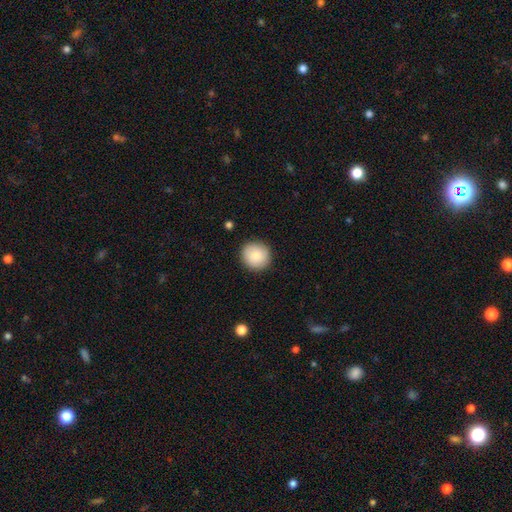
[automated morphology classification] type=smooth (86%); roundness=round (92%); merging=none (90%).